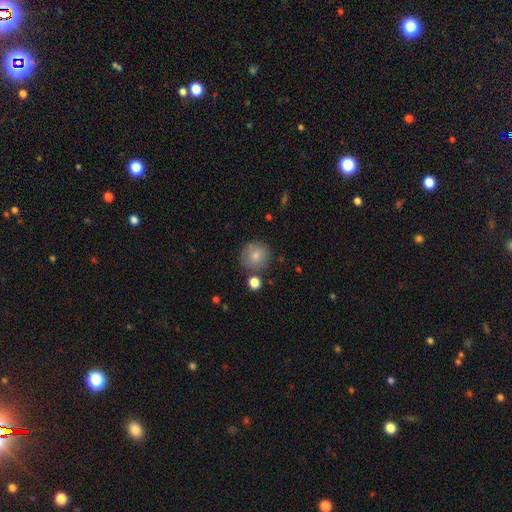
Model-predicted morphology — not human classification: The model was most divided on "merging": none: 74%, minor disturbance: 14%, merger: 8%, major disturbance: 4%. More confident: how rounded — round (89%); smooth or featured — smooth (80%).